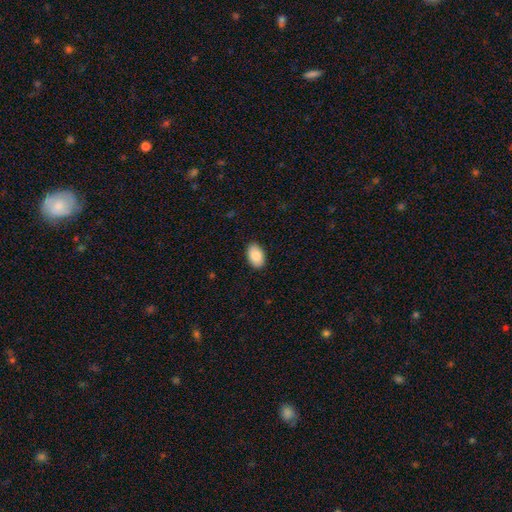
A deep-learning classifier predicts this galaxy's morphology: The model was most divided on "merging": none: 89%, minor disturbance: 8%, major disturbance: 2%, merger: 1%. More confident: how rounded — in between (93%); smooth or featured — smooth (88%).